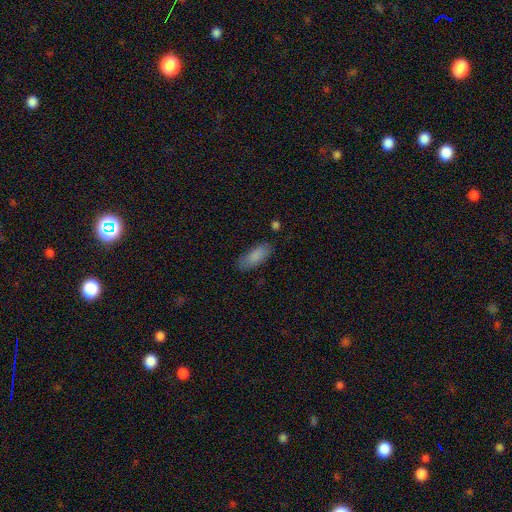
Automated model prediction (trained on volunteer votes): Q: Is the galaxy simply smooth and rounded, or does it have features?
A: smooth — 86%.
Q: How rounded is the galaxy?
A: in between — 78%.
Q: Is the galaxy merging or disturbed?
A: none — 79%.